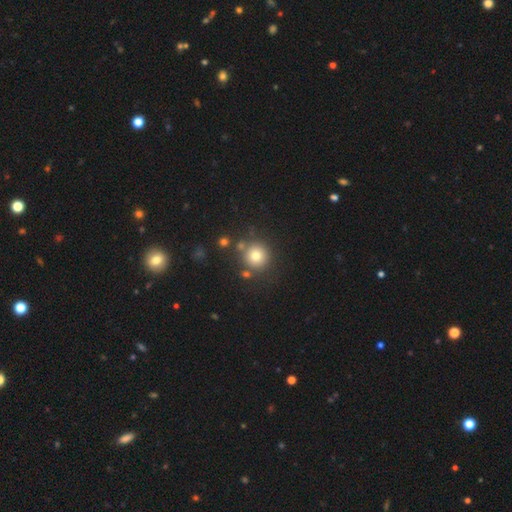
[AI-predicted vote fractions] smooth-or-featured: smooth: 77% | star or artifact: 13% | featured or disk: 10%
  how-rounded: round: 93% | in between: 6% | cigar-shaped: 1%
  merging: none: 78% | minor disturbance: 9% | merger: 9% | major disturbance: 4%